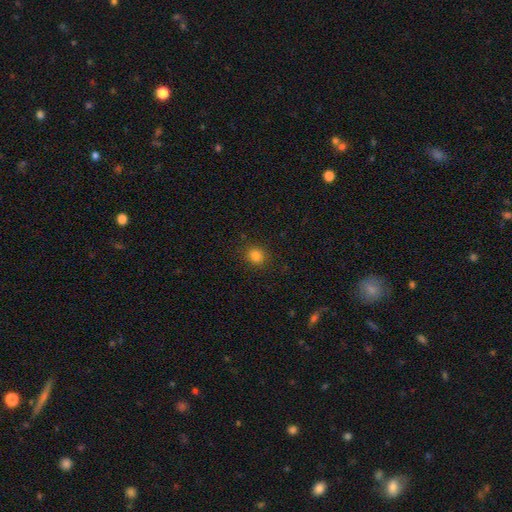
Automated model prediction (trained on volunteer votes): Q: Smooth or featured?
A: smooth (83%); runner-up: star or artifact (13%)
Q: How rounded?
A: round (82%); runner-up: in between (17%)
Q: Merging?
A: none (88%); runner-up: minor disturbance (8%)